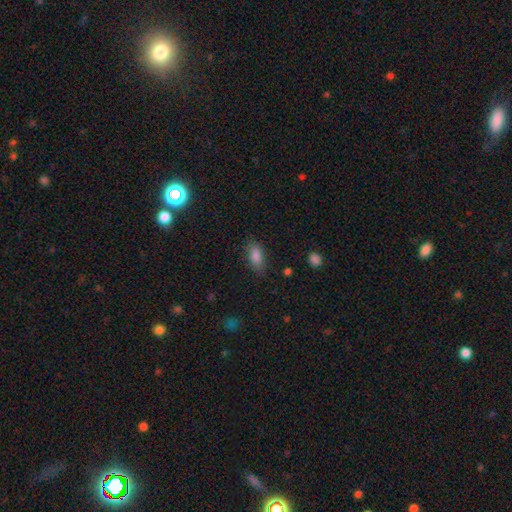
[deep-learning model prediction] This appears to be a smooth galaxy with no disk features (84%) that is in between round and cigar-shaped (87%). Merging: none (79%).